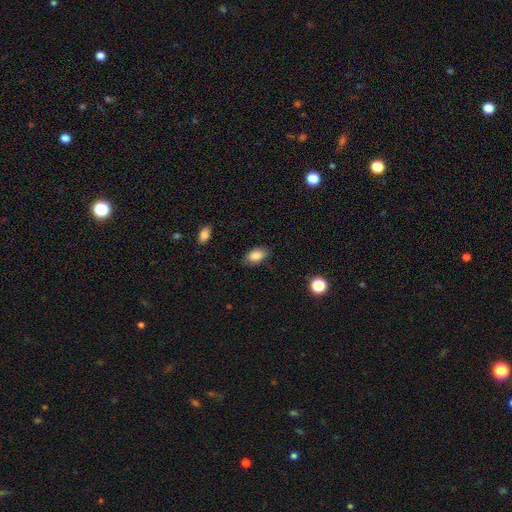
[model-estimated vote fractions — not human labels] smooth_or_featured: smooth (p=0.85) [alt: star or artifact p=0.08]
how_rounded: in between (p=0.91) [alt: round p=0.07]
merging: none (p=0.81) [alt: minor disturbance p=0.14]